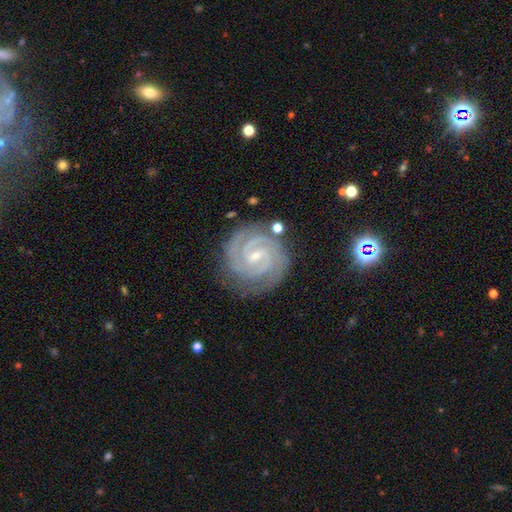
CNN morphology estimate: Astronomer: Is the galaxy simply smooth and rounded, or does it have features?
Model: featured or disk — 92%.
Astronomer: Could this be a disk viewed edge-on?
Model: no — 98%.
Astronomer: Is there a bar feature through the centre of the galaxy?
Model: weak — 50% (runner-up: no, 26%).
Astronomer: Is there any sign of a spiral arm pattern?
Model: yes — 99%.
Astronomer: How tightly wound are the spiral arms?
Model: tight — 77%.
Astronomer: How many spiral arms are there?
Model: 2 — 79%.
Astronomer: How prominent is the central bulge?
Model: small — 72%.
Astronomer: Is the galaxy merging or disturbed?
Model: none — 82%.